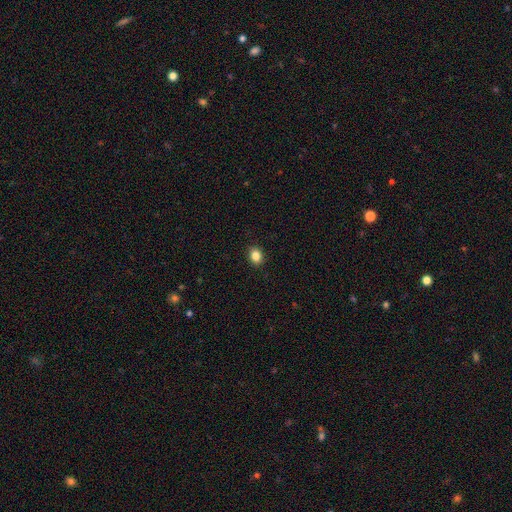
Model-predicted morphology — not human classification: smooth_or_featured: smooth (p=0.85) [alt: star or artifact p=0.10]
how_rounded: in between (p=0.59) [alt: round p=0.40]
merging: none (p=0.91) [alt: minor disturbance p=0.07]